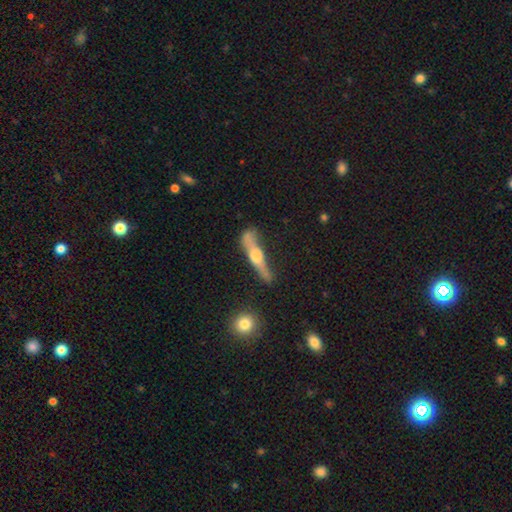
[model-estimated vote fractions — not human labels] Morphology: type=featured or disk (64%); edge-on=yes (91%); edge-on bulge=rounded (88%); merging=none (63%).